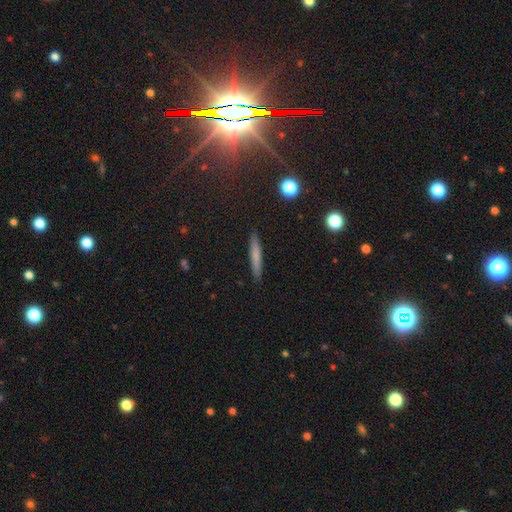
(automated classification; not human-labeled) This appears to be a smooth galaxy with no disk features (69%) that is cigar-shaped (94%). Merging: none (91%).